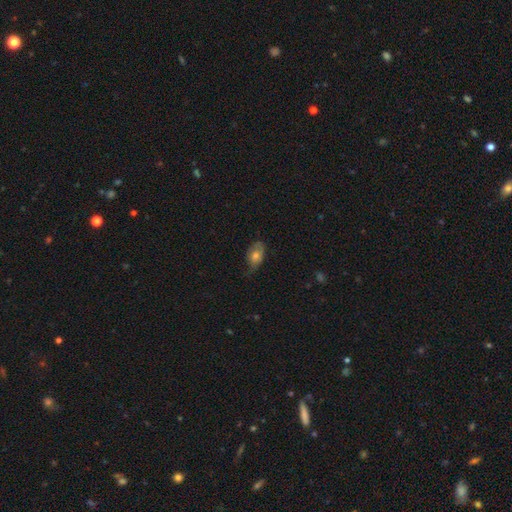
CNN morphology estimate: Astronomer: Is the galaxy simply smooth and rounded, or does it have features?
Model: smooth — 66%.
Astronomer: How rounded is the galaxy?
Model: in between — 87%.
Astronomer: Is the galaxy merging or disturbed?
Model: none — 50% (runner-up: minor disturbance, 36%).